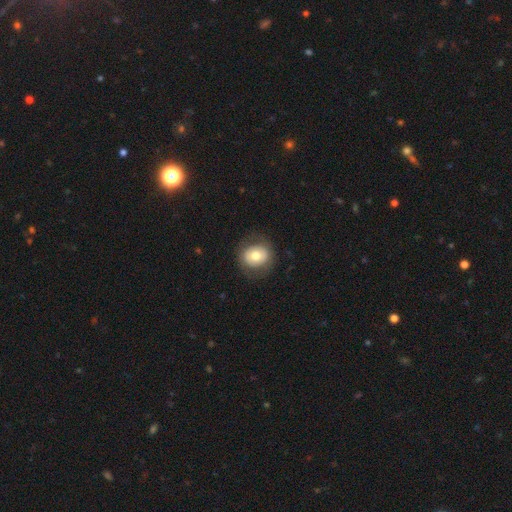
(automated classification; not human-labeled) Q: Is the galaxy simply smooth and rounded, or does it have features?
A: smooth — 67%.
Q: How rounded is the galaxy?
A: round — 77%.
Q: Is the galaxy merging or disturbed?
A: none — 83%.